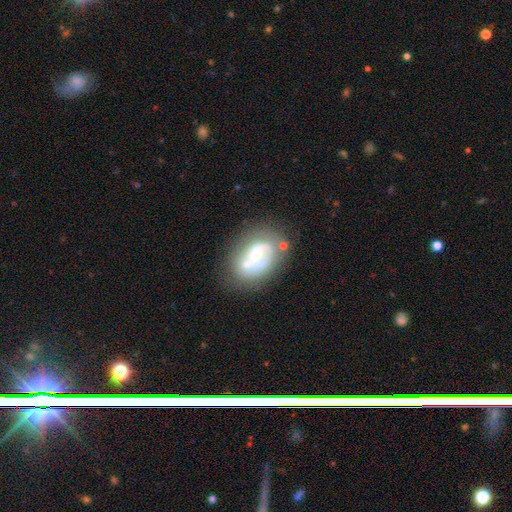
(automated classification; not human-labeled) Q: Smooth or featured?
A: featured or disk (63%); runner-up: smooth (28%)
Q: Edge-on disk?
A: no (97%); runner-up: yes (3%)
Q: Bar?
A: no (75%); runner-up: weak (19%)
Q: Spiral arms?
A: no (52%); runner-up: yes (48%)
Q: Bulge size?
A: small (47%); runner-up: moderate (34%)
Q: Merging?
A: none (47%); runner-up: minor disturbance (21%)